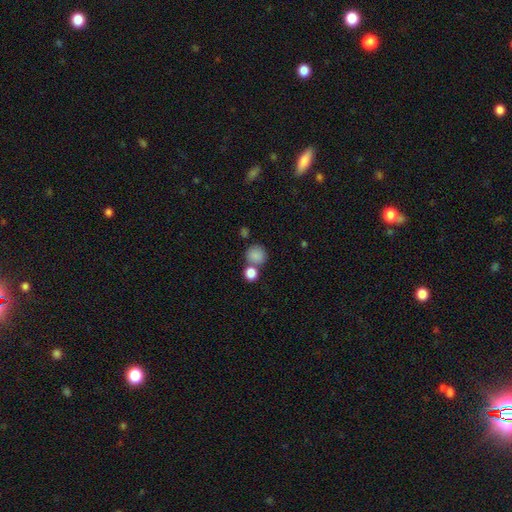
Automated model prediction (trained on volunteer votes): Smooth or featured? smooth (84%)
How rounded? round (85%)
Merging? none (57%)